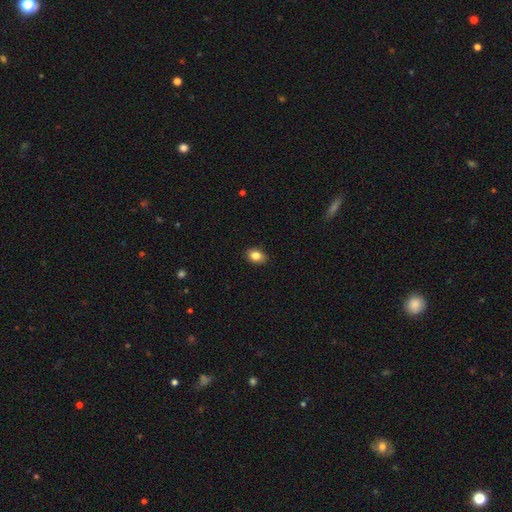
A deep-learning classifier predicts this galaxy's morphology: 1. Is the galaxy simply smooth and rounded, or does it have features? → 84% smooth, 9% star or artifact, 7% featured or disk.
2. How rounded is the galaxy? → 72% in between, 26% round, 1% cigar-shaped.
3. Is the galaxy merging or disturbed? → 90% none, 8% minor disturbance, 2% major disturbance, 1% merger.